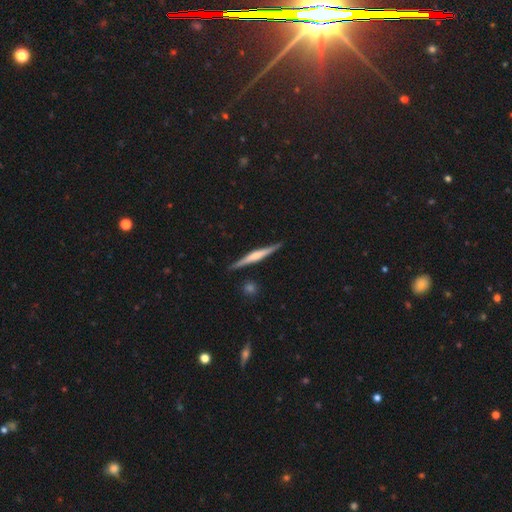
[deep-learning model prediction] A featured or disk galaxy (65%) viewed edge-on (98%) with a rounded central bulge (62%). Merging: none (89%).